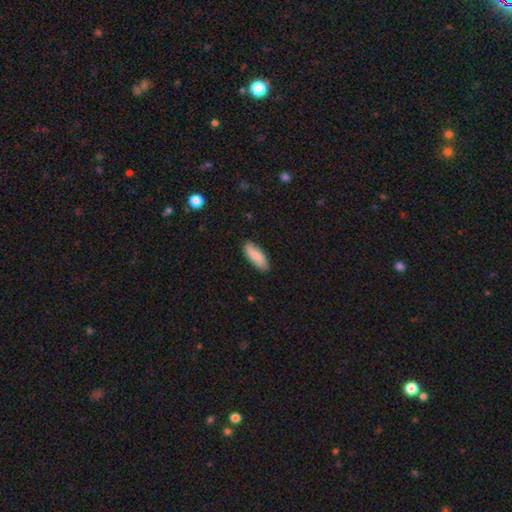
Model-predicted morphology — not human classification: A smooth galaxy with no disk features (87%) that is in between round and cigar-shaped (72%). Merging: none (86%).